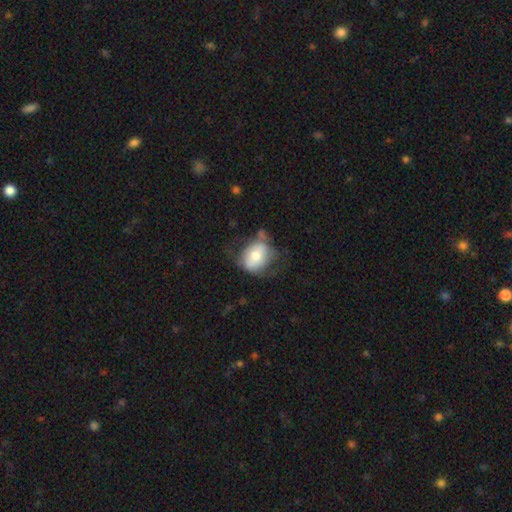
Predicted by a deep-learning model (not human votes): smooth-or-featured: smooth: 59% | featured or disk: 34% | star or artifact: 7%
  how-rounded: in between: 55% | round: 43% | cigar-shaped: 1%
  merging: none: 43% | minor disturbance: 28% | major disturbance: 20% | merger: 9%